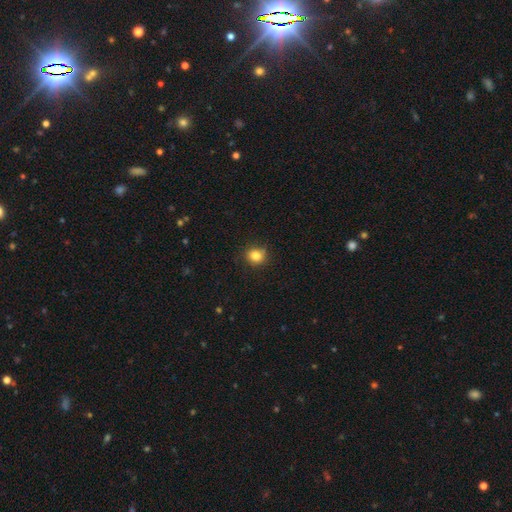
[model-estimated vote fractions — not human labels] Smooth or featured? Predicted: smooth (p=0.84). How rounded? Predicted: round (p=0.82). Merging? Predicted: none (p=0.86).